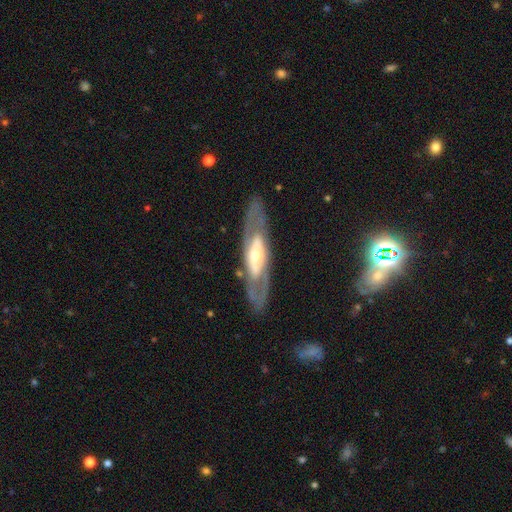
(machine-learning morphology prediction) This appears to be a featured or disk galaxy (74%) with no bar (57%), spiral arms (54%) and a moderate central bulge (54%). Merging: none (78%).